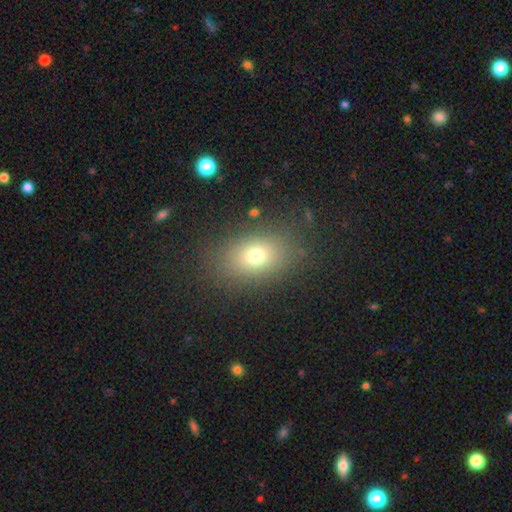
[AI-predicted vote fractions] Smooth or featured? Predicted: smooth (p=0.72). How rounded? Predicted: in between (p=0.72). Merging? Predicted: none (p=0.83).